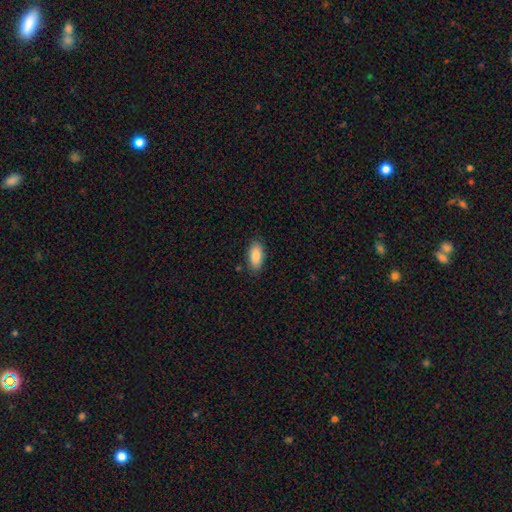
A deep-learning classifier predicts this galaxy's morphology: type=smooth (86%); roundness=in between (90%); merging=none (86%).